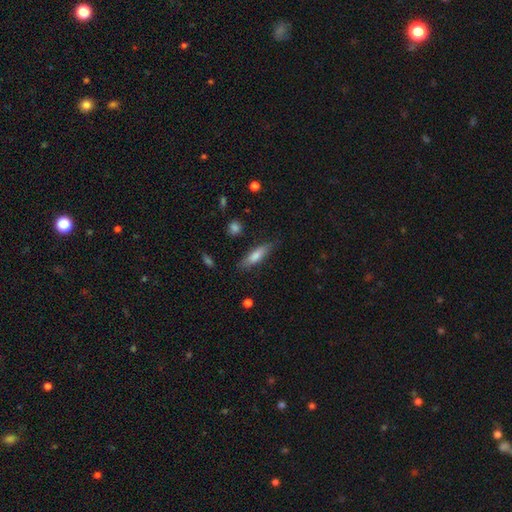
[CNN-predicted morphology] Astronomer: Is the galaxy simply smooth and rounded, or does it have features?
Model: smooth — 71%.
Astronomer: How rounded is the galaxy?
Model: cigar-shaped — 64%.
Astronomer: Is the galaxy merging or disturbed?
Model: none — 79%.